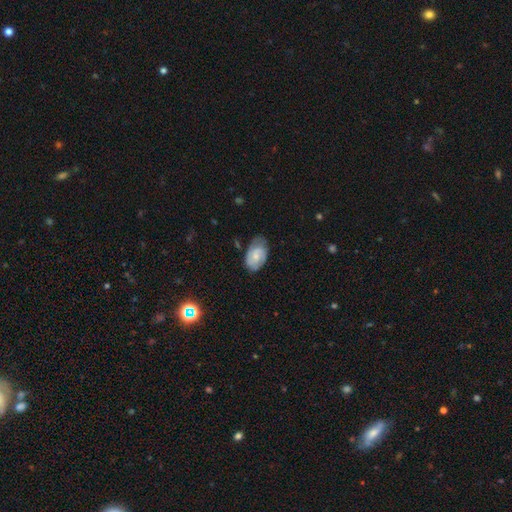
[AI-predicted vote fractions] Smooth or featured?
  - smooth: 50% *
  - featured or disk: 43%
  - star or artifact: 7%
Merging?
  - none: 60% *
  - minor disturbance: 31%
  - major disturbance: 7%
  - merger: 2%